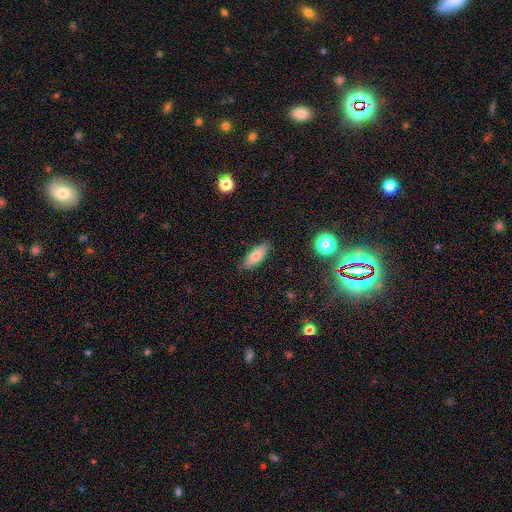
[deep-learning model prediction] This appears to be a smooth galaxy with no disk features (78%) that is in between round and cigar-shaped (74%). Merging: none (83%).